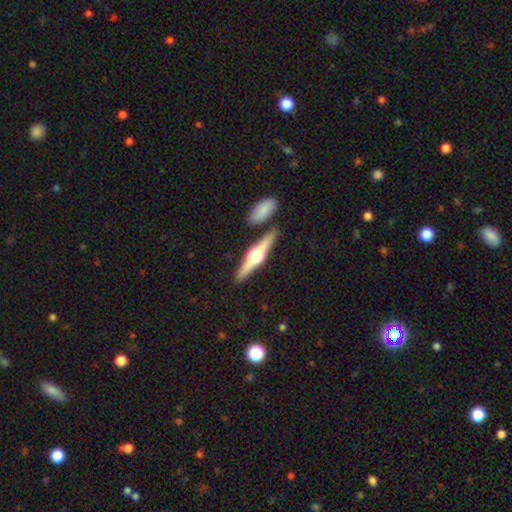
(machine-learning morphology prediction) This is likely a featured or disk galaxy (69%). It is clearly viewed edge-on (97%). Edge-on bulge: clearly rounded (94%). Merging: clearly none (83%).